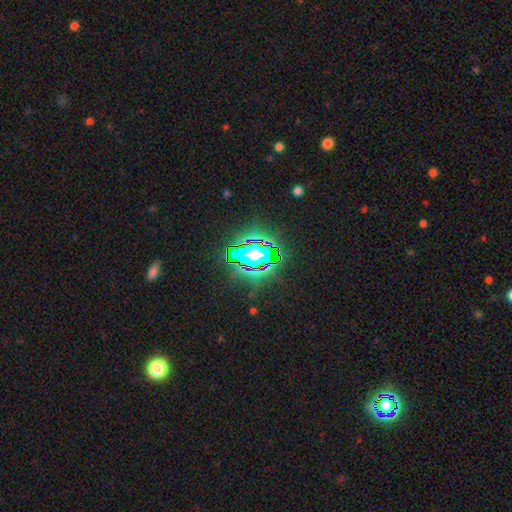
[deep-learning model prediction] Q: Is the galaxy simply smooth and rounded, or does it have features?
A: star or artifact — 72%.